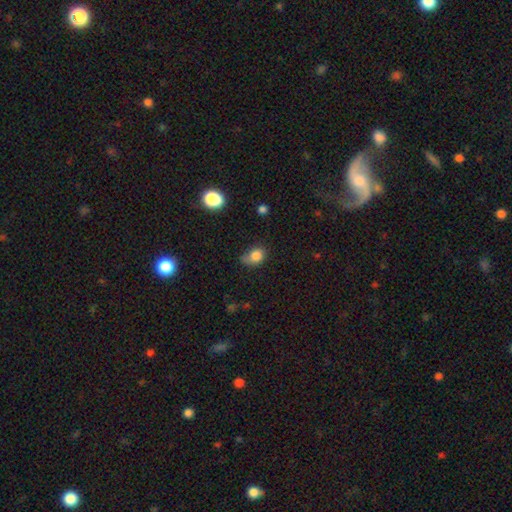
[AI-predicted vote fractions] Q: Smooth or featured?
A: smooth (81%); runner-up: star or artifact (10%)
Q: How rounded?
A: in between (53%); runner-up: round (46%)
Q: Merging?
A: none (43%); runner-up: minor disturbance (37%)